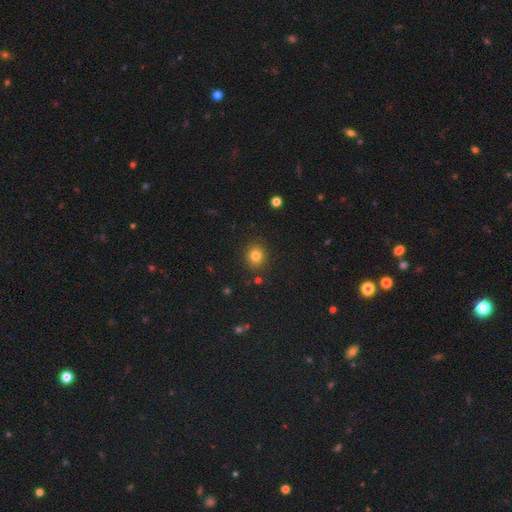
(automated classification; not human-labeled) smooth-or-featured: smooth: 80% | star or artifact: 13% | featured or disk: 7%
  how-rounded: round: 80% | in between: 19% | cigar-shaped: 1%
  merging: none: 88% | minor disturbance: 7% | major disturbance: 2% | merger: 2%